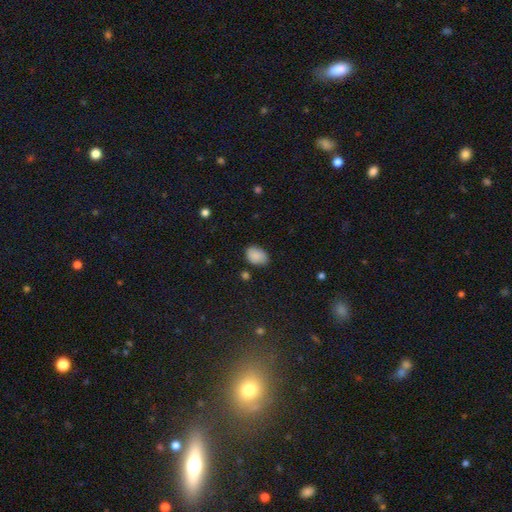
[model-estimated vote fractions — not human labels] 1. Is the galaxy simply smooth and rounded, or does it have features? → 87% smooth, 8% star or artifact, 5% featured or disk.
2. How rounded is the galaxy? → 79% in between, 20% round, 1% cigar-shaped.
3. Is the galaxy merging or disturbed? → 76% none, 18% minor disturbance, 4% major disturbance, 3% merger.